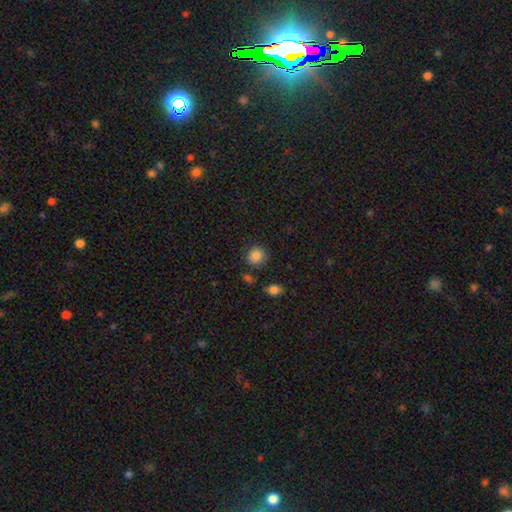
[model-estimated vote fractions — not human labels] A smooth galaxy with no disk features (86%) that is round (84%).

Vote fractions:
- Smooth or featured? smooth: 86% / star or artifact: 10% / featured or disk: 4%
- How rounded? round: 84% / in between: 15% / cigar-shaped: 1%
- Merging? none: 80% / minor disturbance: 12% / merger: 5% / major disturbance: 3%